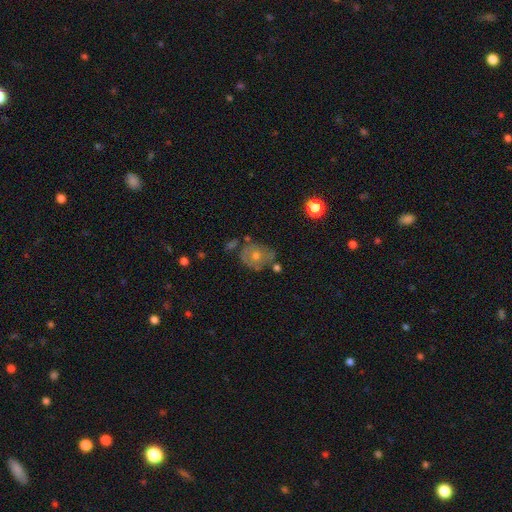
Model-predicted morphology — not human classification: smooth-or-featured: featured or disk: 53% | smooth: 34% | star or artifact: 13%
  disk-edge-on: no: 95% | yes: 5%
    bar: no: 87% | weak: 11% | strong: 2%
    has-spiral-arms: no: 53% | yes: 47%
    bulge-size: moderate: 64% | small: 30% | large: 3% | none: 2% | dominant: 1%
  merging: none: 60% | minor disturbance: 21% | merger: 10% | major disturbance: 9%